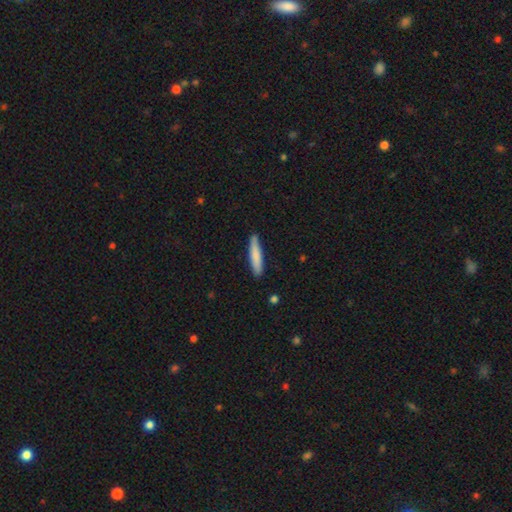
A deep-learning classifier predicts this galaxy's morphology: type=smooth (80%); roundness=cigar-shaped (88%); merging=none (84%).